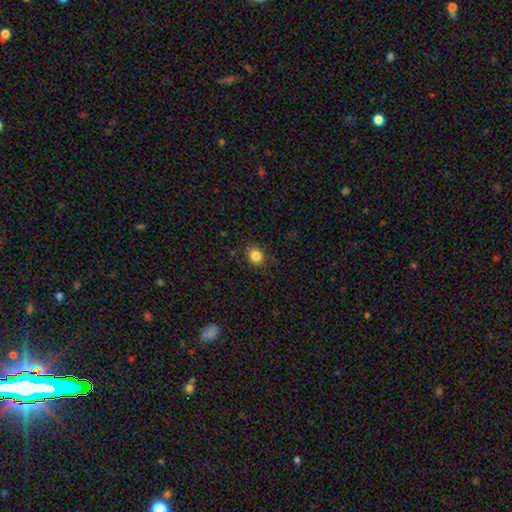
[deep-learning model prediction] Smooth or featured?
  - smooth: 84% *
  - star or artifact: 11%
  - featured or disk: 5%
How rounded?
  - round: 75% *
  - in between: 24%
  - cigar-shaped: 1%
Merging?
  - none: 88% *
  - minor disturbance: 8%
  - major disturbance: 2%
  - merger: 1%